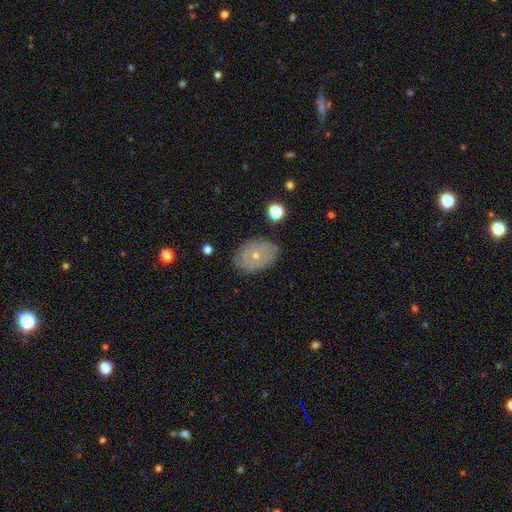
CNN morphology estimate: Smooth or featured? Predicted: featured or disk (p=0.55). Edge-on disk? Predicted: no (p=0.94). Bar? Predicted: no (p=0.88). Spiral arms? Predicted: yes (p=0.55). Bulge size? Predicted: small (p=0.66). Merging? Predicted: none (p=0.76).